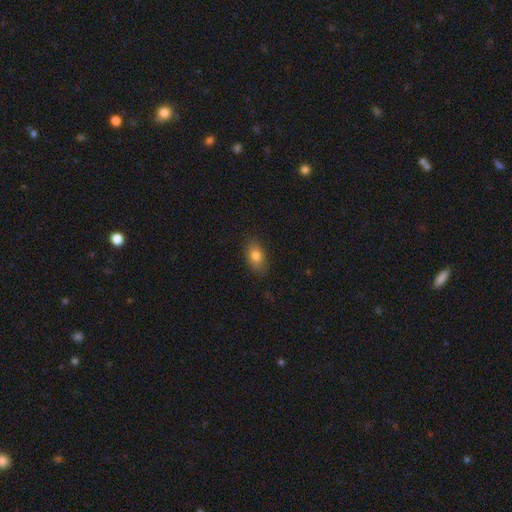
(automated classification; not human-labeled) Smooth or featured?
  - smooth: 81% *
  - featured or disk: 10%
  - star or artifact: 9%
How rounded?
  - in between: 85% *
  - round: 13%
  - cigar-shaped: 2%
Merging?
  - none: 84% *
  - minor disturbance: 12%
  - major disturbance: 3%
  - merger: 1%